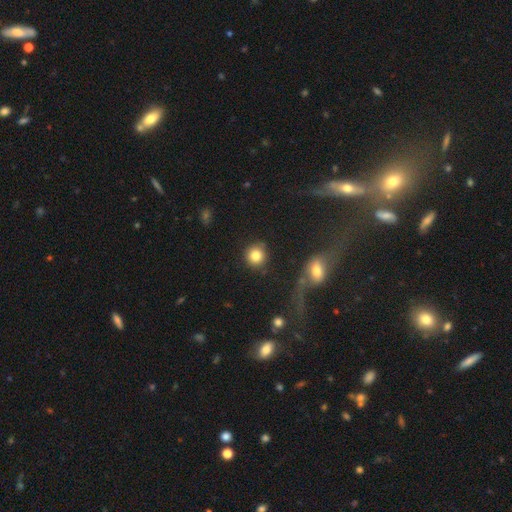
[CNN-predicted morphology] smooth_or_featured: smooth (p=0.83) [alt: star or artifact p=0.09]
how_rounded: round (p=0.92) [alt: in between p=0.07]
merging: none (p=0.83) [alt: minor disturbance p=0.08]